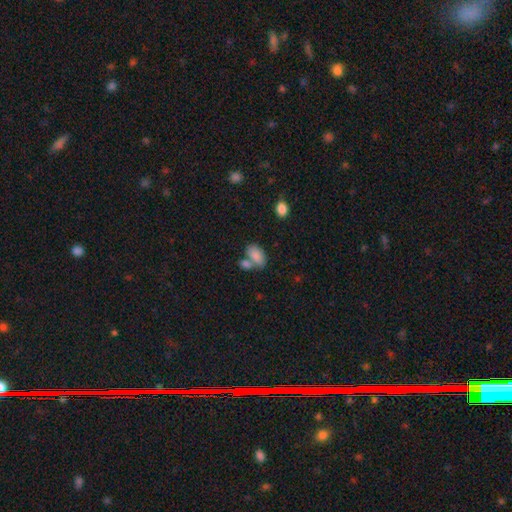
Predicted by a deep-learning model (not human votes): Q: Smooth or featured?
A: smooth (83%); runner-up: featured or disk (9%)
Q: How rounded?
A: in between (91%); runner-up: round (7%)
Q: Merging?
A: none (42%); runner-up: merger (38%)